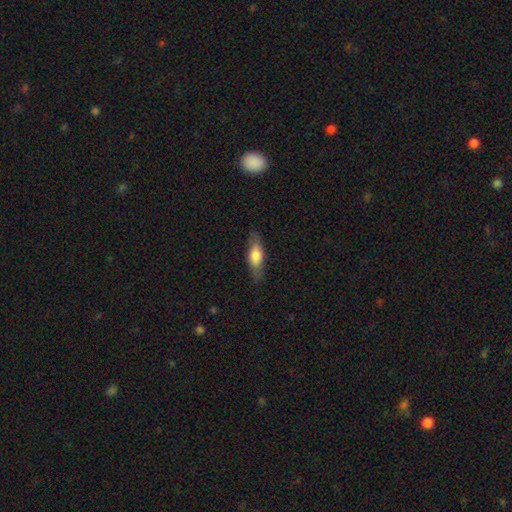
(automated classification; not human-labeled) Smooth or featured?
  - smooth: 65% *
  - featured or disk: 29%
  - star or artifact: 6%
How rounded?
  - in between: 62% *
  - cigar-shaped: 35%
  - round: 3%
Merging?
  - none: 81% *
  - minor disturbance: 14%
  - major disturbance: 4%
  - merger: 1%